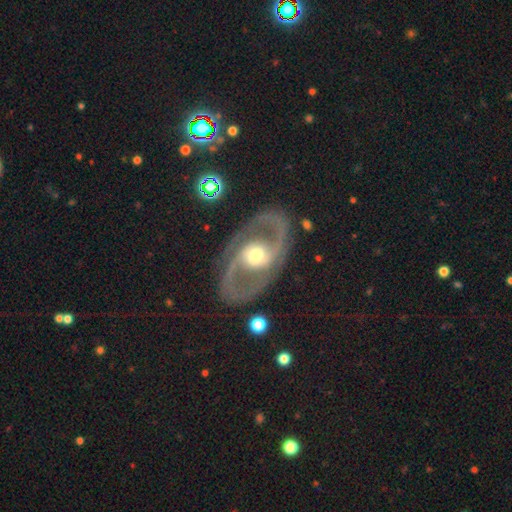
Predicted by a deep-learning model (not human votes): Smooth or featured?
  - featured or disk: 86% *
  - smooth: 9%
  - star or artifact: 5%
Edge-on disk?
  - no: 95% *
  - yes: 5%
Bar?
  - no: 40% *
  - weak: 39%
  - strong: 21%
Spiral arms?
  - yes: 85% *
  - no: 15%
Spiral winding?
  - medium: 53% *
  - tight: 29%
  - loose: 18%
Spiral arm count?
  - 2: 88% *
  - can't tell: 5%
  - 1: 2%
  - 3: 2%
  - 4: 1%
  - more than 4: 1%
Bulge size?
  - moderate: 68% *
  - large: 17%
  - small: 12%
  - dominant: 2%
  - none: 1%
Merging?
  - none: 81% *
  - minor disturbance: 11%
  - major disturbance: 6%
  - merger: 2%